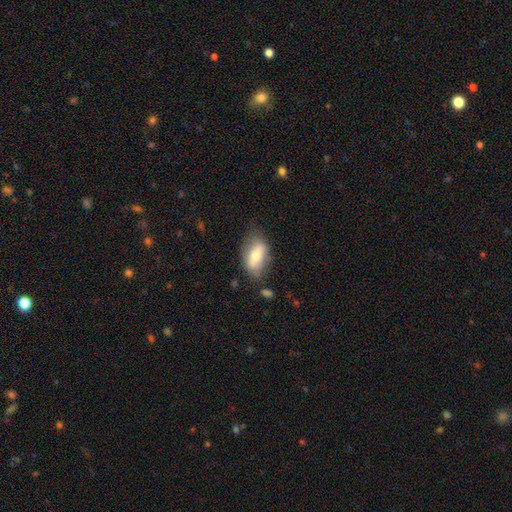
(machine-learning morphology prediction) Smooth or featured? Predicted: smooth (p=0.64). How rounded? Predicted: in between (p=0.87). Merging? Predicted: none (p=0.63).